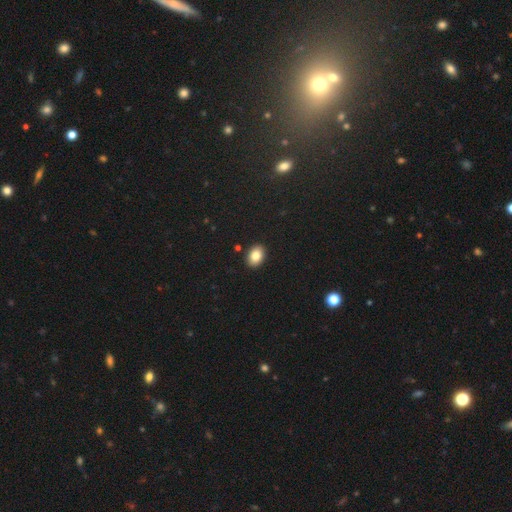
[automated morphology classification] smooth_or_featured: smooth (p=0.84) [alt: star or artifact p=0.09]
how_rounded: in between (p=0.78) [alt: round p=0.21]
merging: none (p=0.90) [alt: minor disturbance p=0.07]